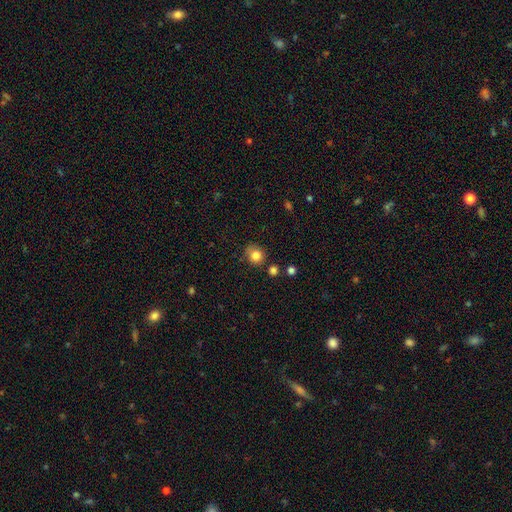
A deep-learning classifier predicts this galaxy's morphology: A smooth galaxy with no disk features (82%) that is round (79%).

Vote fractions:
- Smooth or featured? smooth: 82% / star or artifact: 11% / featured or disk: 7%
- How rounded? round: 79% / in between: 20% / cigar-shaped: 1%
- Merging? none: 75% / minor disturbance: 17% / merger: 4% / major disturbance: 4%